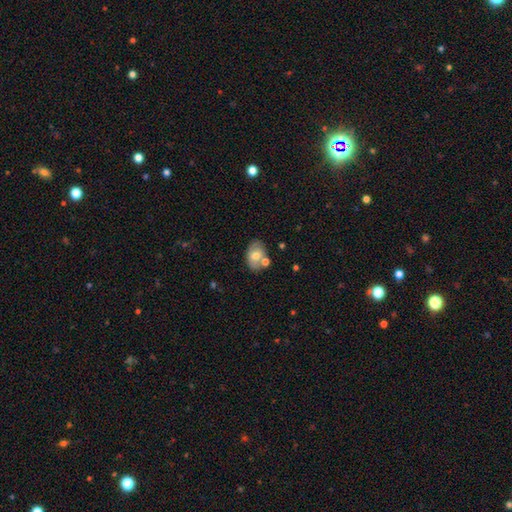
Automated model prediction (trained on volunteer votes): Overall: smooth (66%; featured or disk 26%). How rounded: in between (80%). Merging: none (61%).